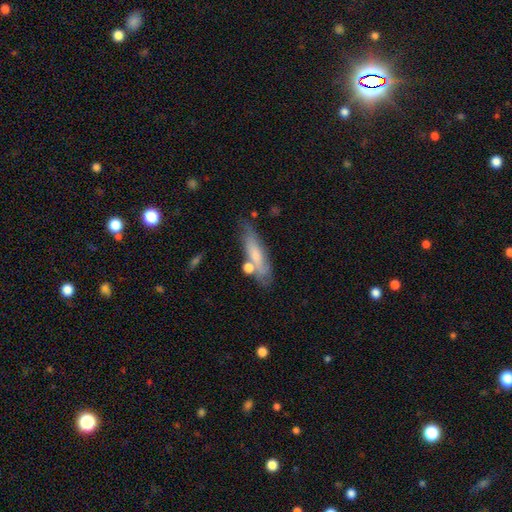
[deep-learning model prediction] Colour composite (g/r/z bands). It shows a smooth galaxy with no disk features (61%) that is cigar-shaped (60%). Merging: none (61%).